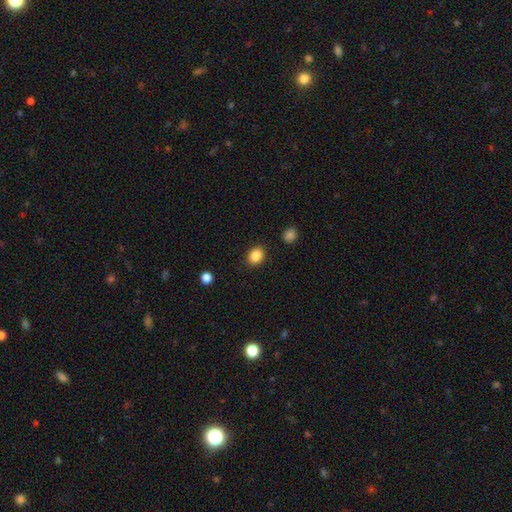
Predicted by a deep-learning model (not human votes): Smooth or featured: smooth — 87% (star or artifact — 9%)
How rounded: round — 51% (in between — 49%)
Merging: none — 88% (minor disturbance — 8%)